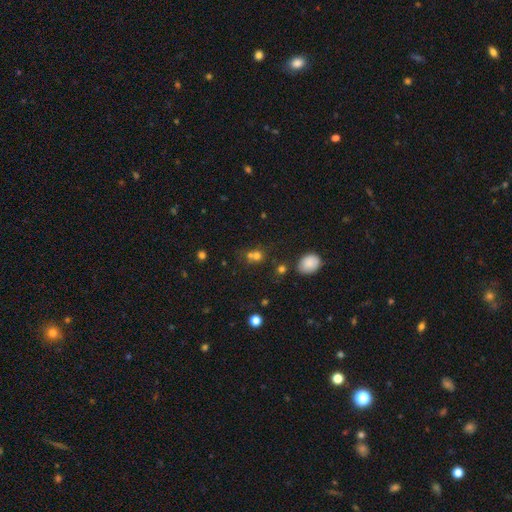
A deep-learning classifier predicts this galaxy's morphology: The model was most divided on "merging": none: 45%, merger: 41%, minor disturbance: 8%, major disturbance: 5%. More confident: how rounded — round (78%); smooth or featured — smooth (66%).